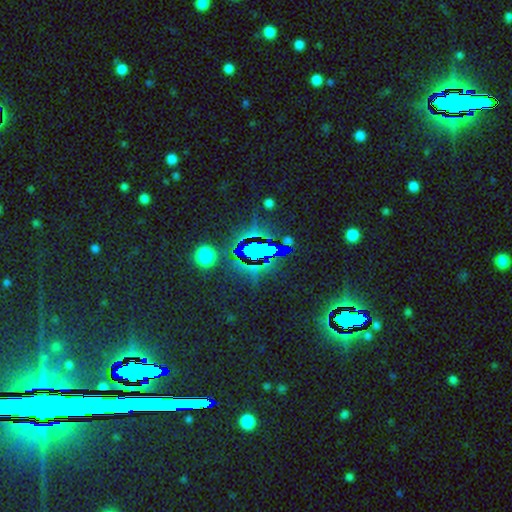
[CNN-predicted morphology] Smooth or featured? Predicted: star or artifact (p=0.83).